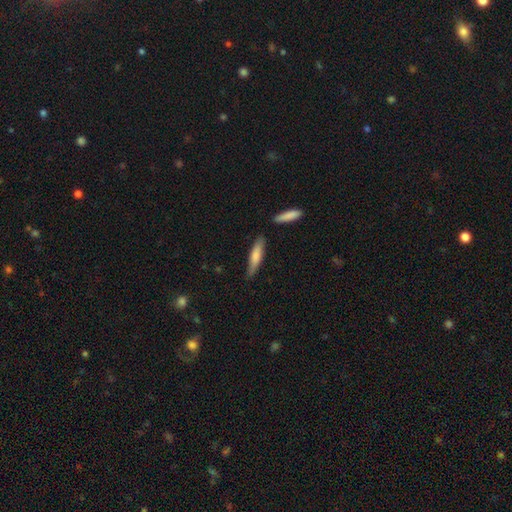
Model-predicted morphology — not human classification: Overall: smooth (73%). How rounded: cigar-shaped (79%). Merging: none (76%).